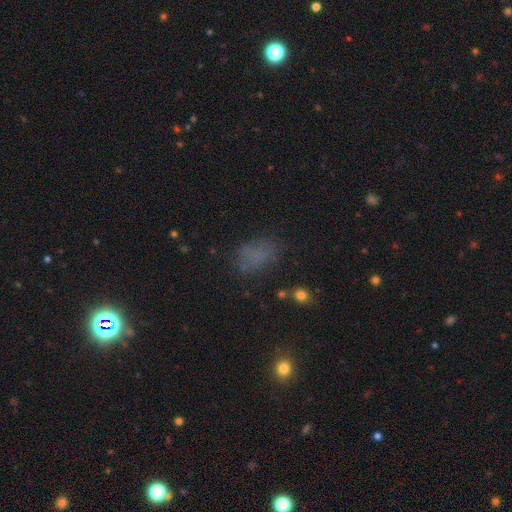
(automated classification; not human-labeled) A smooth galaxy with no disk features (64%) that is in between round and cigar-shaped (81%).

Vote fractions:
- Smooth or featured? smooth: 64% / star or artifact: 23% / featured or disk: 13%
- How rounded? in between: 81% / round: 17% / cigar-shaped: 2%
- Merging? none: 63% / minor disturbance: 21% / major disturbance: 13% / merger: 3%